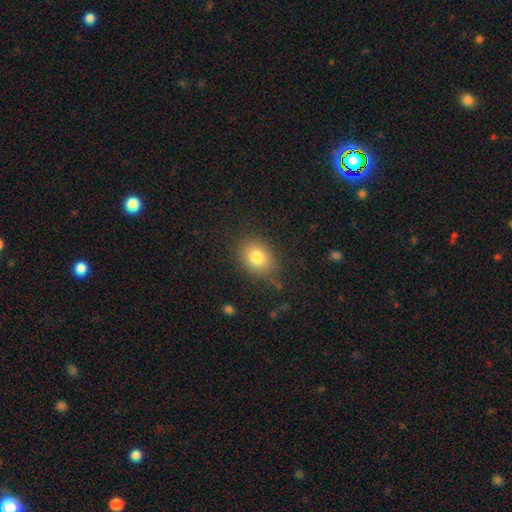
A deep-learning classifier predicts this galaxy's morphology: A smooth galaxy with no disk features (80%) that is round (51%). Merging: none (80%).